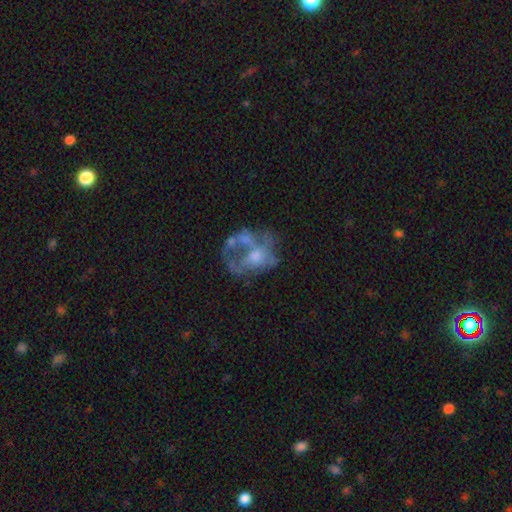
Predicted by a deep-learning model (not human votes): Q: Smooth or featured?
A: featured or disk (64%); runner-up: smooth (23%)
Q: Edge-on disk?
A: no (97%); runner-up: yes (3%)
Q: Bar?
A: no (84%); runner-up: weak (13%)
Q: Spiral arms?
A: no (82%); runner-up: yes (18%)
Q: Bulge size?
A: moderate (41%); runner-up: none (26%)
Q: Merging?
A: major disturbance (34%); runner-up: none (28%)